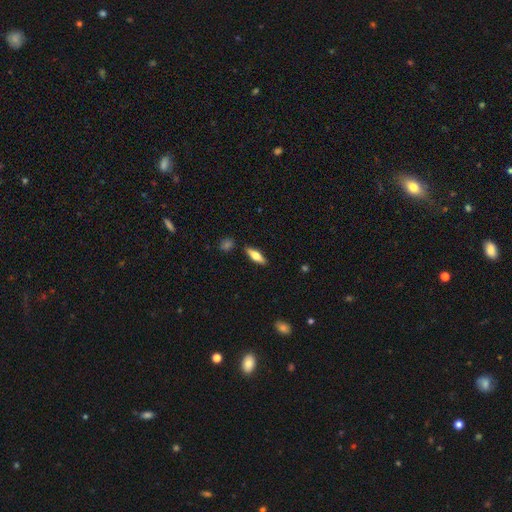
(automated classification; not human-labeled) A smooth galaxy with no disk features (53%) that is cigar-shaped (52%).

Vote fractions:
- Smooth or featured? smooth: 53% / featured or disk: 41% / star or artifact: 6%
- How rounded? cigar-shaped: 52% / in between: 46% / round: 3%
- Merging? none: 87% / minor disturbance: 9% / merger: 2% / major disturbance: 2%